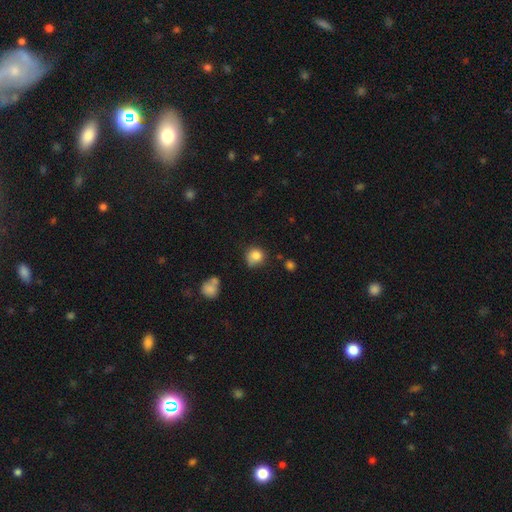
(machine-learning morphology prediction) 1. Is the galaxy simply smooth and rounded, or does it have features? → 83% smooth, 10% star or artifact, 6% featured or disk.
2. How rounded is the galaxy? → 86% round, 13% in between, 1% cigar-shaped.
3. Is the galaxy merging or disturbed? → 66% none, 24% minor disturbance, 6% major disturbance, 4% merger.